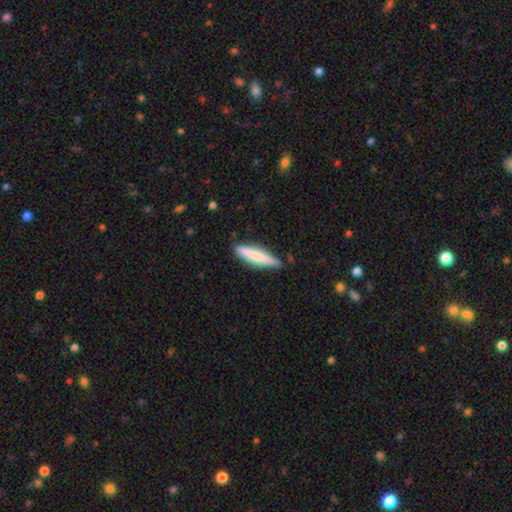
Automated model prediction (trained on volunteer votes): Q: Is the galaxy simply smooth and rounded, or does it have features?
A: smooth — 61%.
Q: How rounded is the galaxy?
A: cigar-shaped — 87%.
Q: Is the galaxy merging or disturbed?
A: none — 85%.